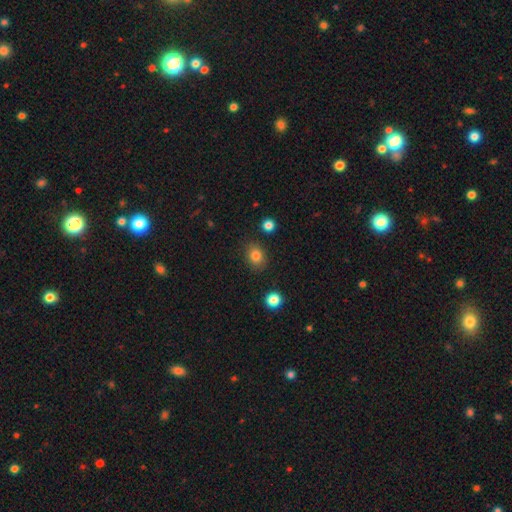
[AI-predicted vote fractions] A smooth galaxy with no disk features (82%) that is in between round and cigar-shaped (52%).

Vote fractions:
- Smooth or featured? smooth: 82% / star or artifact: 11% / featured or disk: 6%
- How rounded? in between: 52% / round: 47% / cigar-shaped: 1%
- Merging? none: 85% / minor disturbance: 10% / major disturbance: 3% / merger: 2%